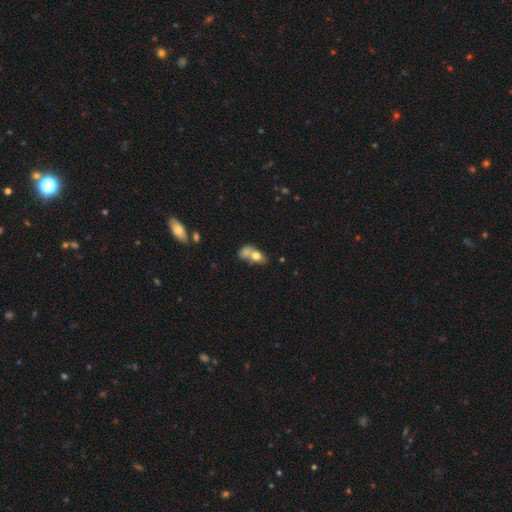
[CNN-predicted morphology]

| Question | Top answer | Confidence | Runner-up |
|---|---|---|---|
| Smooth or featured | smooth | 69% | featured or disk (21%) |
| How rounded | in between | 70% | round (26%) |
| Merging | merger | 63% | none (20%) |